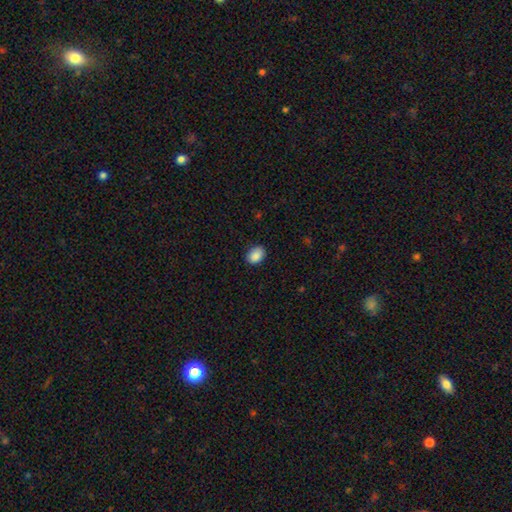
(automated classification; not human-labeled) This appears to be a smooth galaxy with no disk features (89%) that is in between round and cigar-shaped (74%). Merging: none (85%).